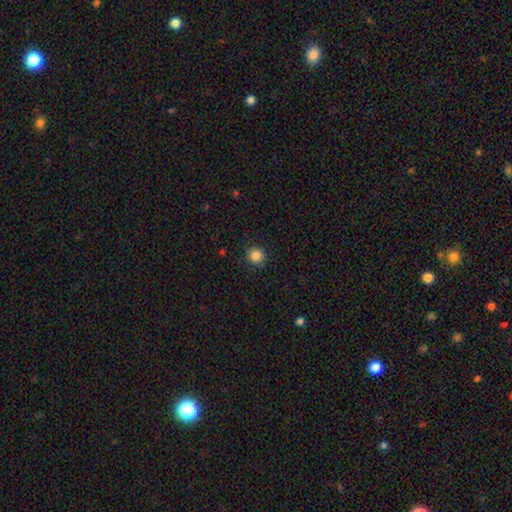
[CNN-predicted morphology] A smooth galaxy with no disk features (86%) that is round (90%).

Vote fractions:
- Smooth or featured? smooth: 86% / star or artifact: 11% / featured or disk: 4%
- How rounded? round: 90% / in between: 10% / cigar-shaped: 1%
- Merging? none: 90% / minor disturbance: 7% / major disturbance: 2% / merger: 1%